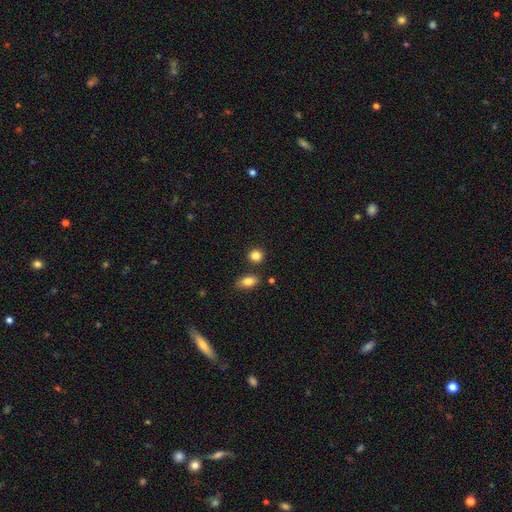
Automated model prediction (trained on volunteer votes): smooth-or-featured: smooth: 85% | star or artifact: 10% | featured or disk: 6%
  how-rounded: round: 82% | in between: 17% | cigar-shaped: 2%
  merging: none: 83% | minor disturbance: 8% | merger: 7% | major disturbance: 2%